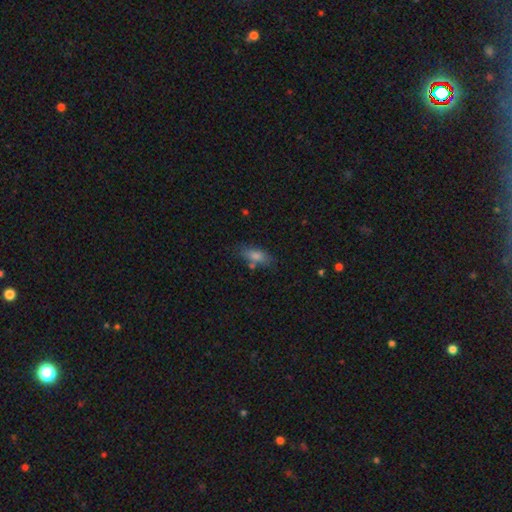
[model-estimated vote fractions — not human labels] Overall: smooth (74%). How rounded: in between (72%). Merging: none (72%).